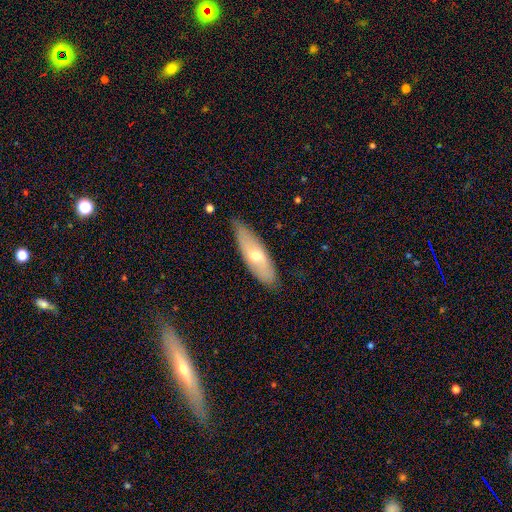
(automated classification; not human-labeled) smooth-or-featured: smooth: 51% | featured or disk: 42% | star or artifact: 7%
  how-rounded: in between: 54% | cigar-shaped: 44% | round: 2%
  merging: none: 78% | minor disturbance: 18% | major disturbance: 3% | merger: 2%